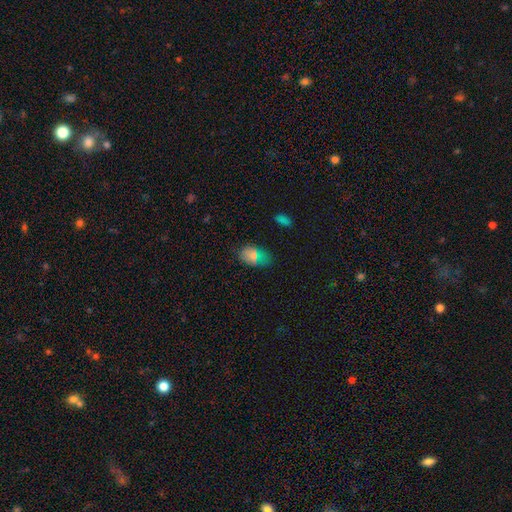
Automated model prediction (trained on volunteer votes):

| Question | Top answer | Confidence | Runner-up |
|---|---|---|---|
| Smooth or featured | smooth | 71% | star or artifact (18%) |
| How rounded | in between | 89% | round (9%) |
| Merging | none | 72% | minor disturbance (20%) |